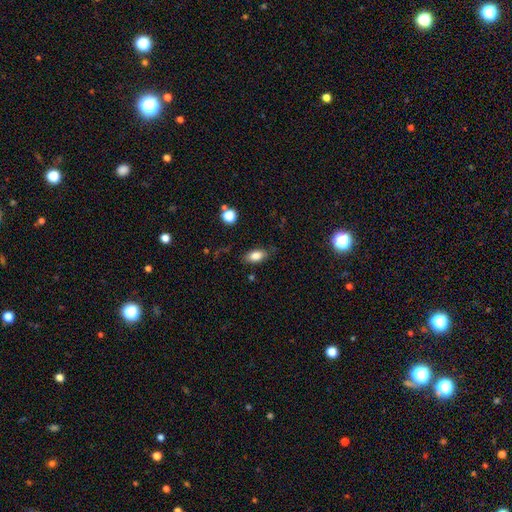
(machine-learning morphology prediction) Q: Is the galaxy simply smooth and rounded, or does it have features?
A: smooth — 82%.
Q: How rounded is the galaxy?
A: in between — 87%.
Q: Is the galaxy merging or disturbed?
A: none — 78%.